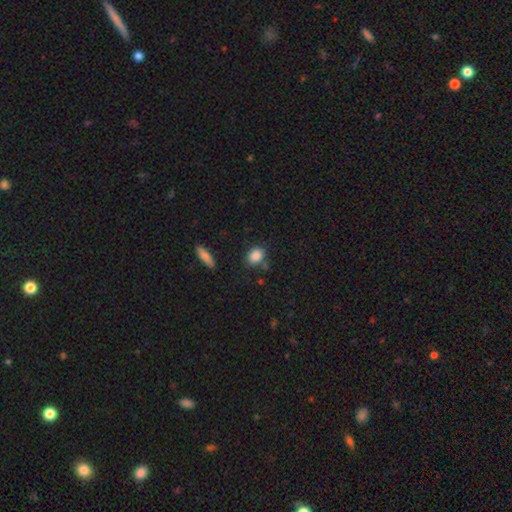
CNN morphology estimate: This appears to be a smooth galaxy with no disk features (87%) that is in between round and cigar-shaped (61%). Merging: none (74%).